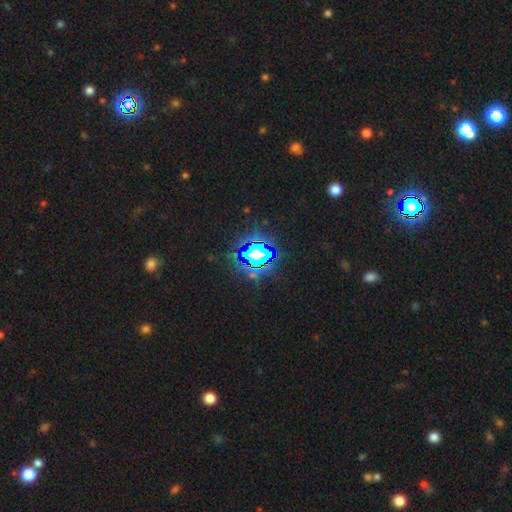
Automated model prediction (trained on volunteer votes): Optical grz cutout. It shows a star or artifact, not a galaxy (76%).